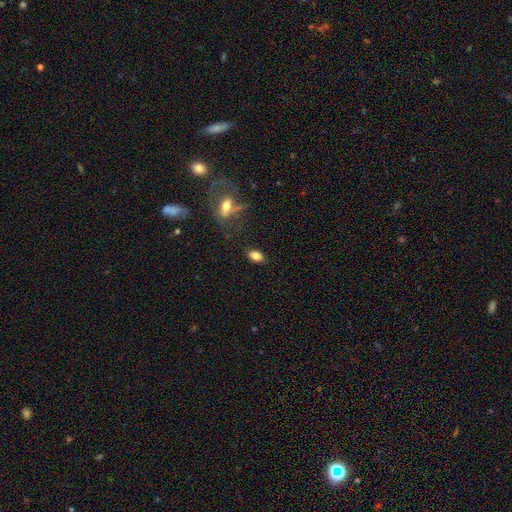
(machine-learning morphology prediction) This is clearly a smooth galaxy (82%). How rounded: clearly in between (87%). Merging: clearly none (84%).